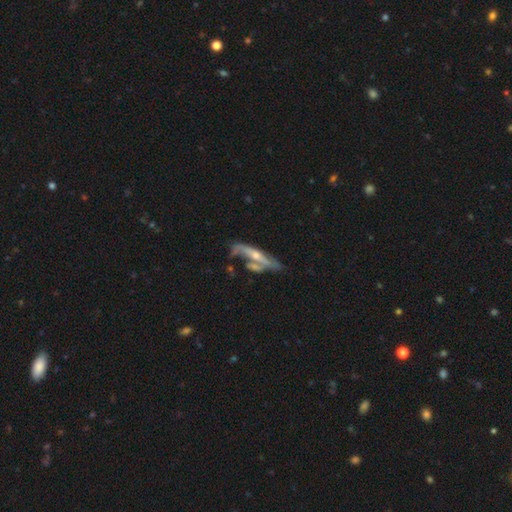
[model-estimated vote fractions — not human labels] A featured or disk galaxy (70%) viewed edge-on (63%). Merging: none (38%).